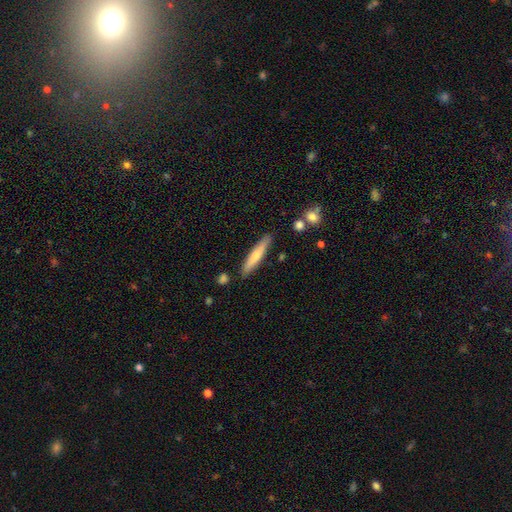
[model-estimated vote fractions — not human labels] This appears to be a smooth galaxy with no disk features (56%) that is cigar-shaped (89%). Merging: none (87%).